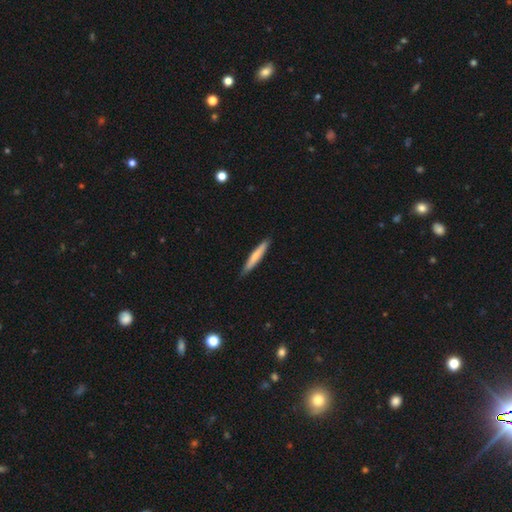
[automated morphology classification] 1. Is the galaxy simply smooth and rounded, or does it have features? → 67% smooth, 28% featured or disk, 5% star or artifact.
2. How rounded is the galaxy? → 93% cigar-shaped, 5% in between, 1% round.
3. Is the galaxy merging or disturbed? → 86% none, 11% minor disturbance, 2% major disturbance, 1% merger.